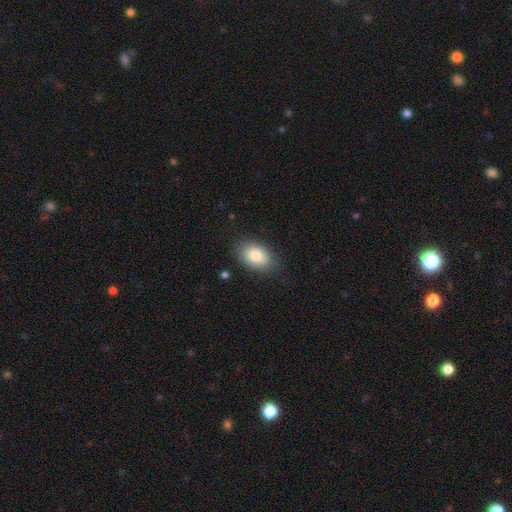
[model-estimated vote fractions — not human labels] Smooth or featured? Predicted: smooth (p=0.82). How rounded? Predicted: in between (p=0.85). Merging? Predicted: none (p=0.83).